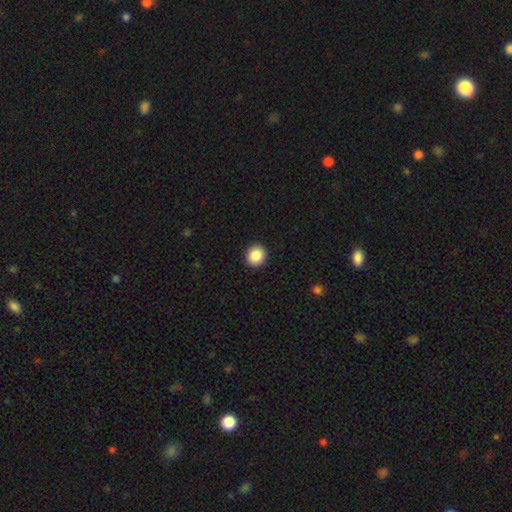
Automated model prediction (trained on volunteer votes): This is clearly a smooth galaxy (88%). How rounded: clearly round (83%). Merging: clearly none (92%).